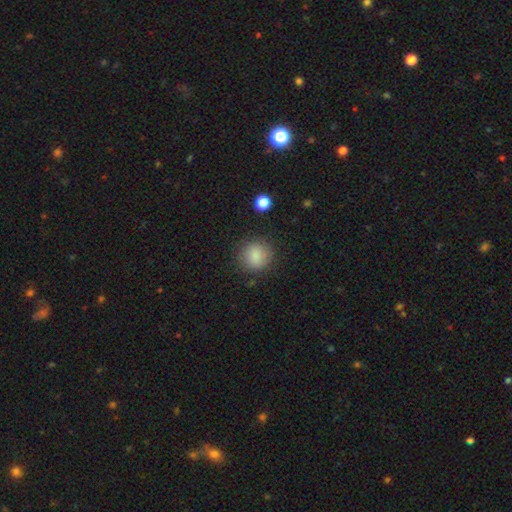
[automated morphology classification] Smooth or featured: smooth — 85% (star or artifact — 9%)
How rounded: round — 88% (in between — 11%)
Merging: none — 83% (minor disturbance — 12%)